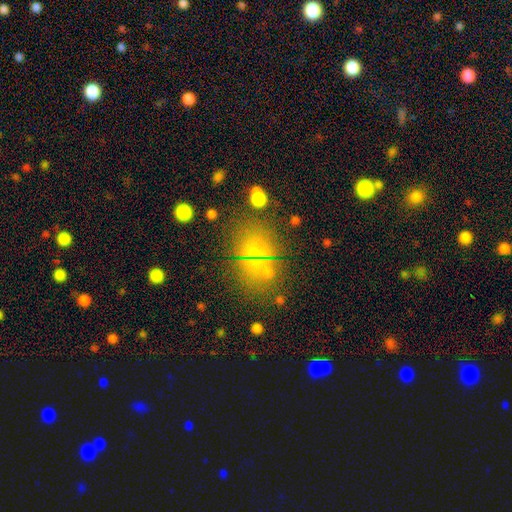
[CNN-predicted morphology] Smooth or featured? Predicted: smooth (p=0.59). How rounded? Predicted: round (p=0.56). Merging? Predicted: none (p=0.73).